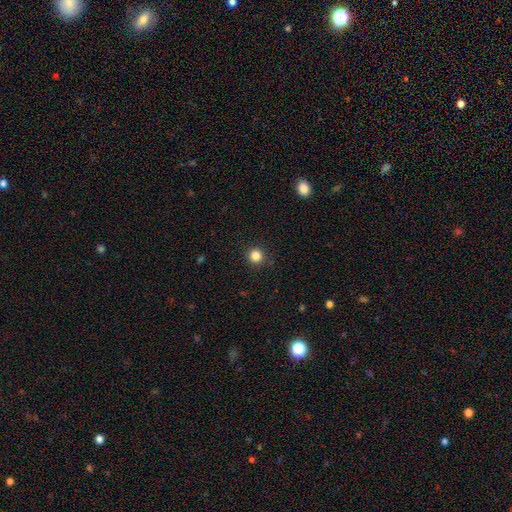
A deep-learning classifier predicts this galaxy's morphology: smooth 84%, star or artifact 12%, featured or disk 4%. Down the decision tree: how rounded — round (94%); merging — none (91%).